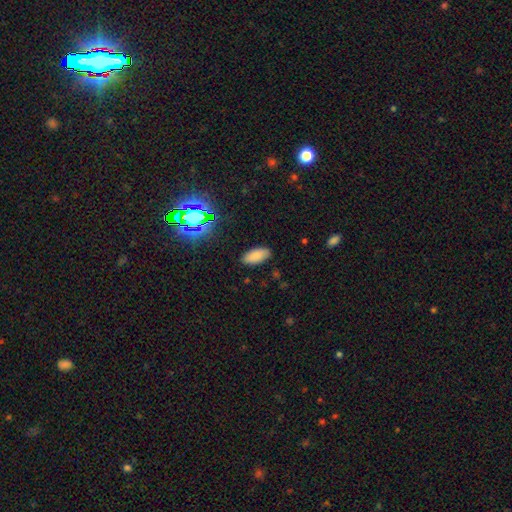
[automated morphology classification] smooth-or-featured: smooth: 82% | star or artifact: 12% | featured or disk: 6%
  how-rounded: in between: 90% | cigar-shaped: 8% | round: 2%
  merging: none: 87% | minor disturbance: 10% | major disturbance: 2% | merger: 1%